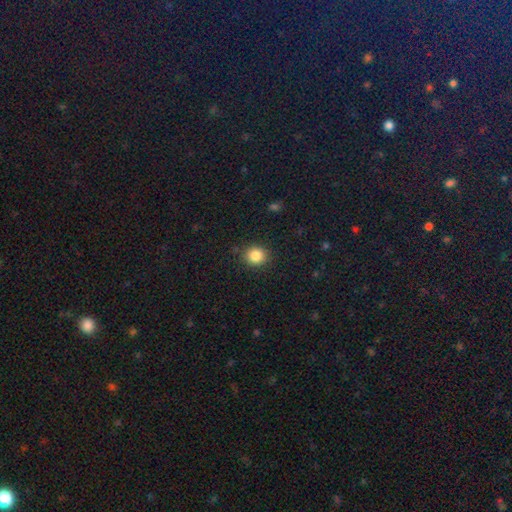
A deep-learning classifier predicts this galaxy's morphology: Smooth or featured?
  - smooth: 85% *
  - star or artifact: 11%
  - featured or disk: 4%
How rounded?
  - round: 86% *
  - in between: 13%
  - cigar-shaped: 1%
Merging?
  - none: 88% *
  - minor disturbance: 8%
  - major disturbance: 2%
  - merger: 1%